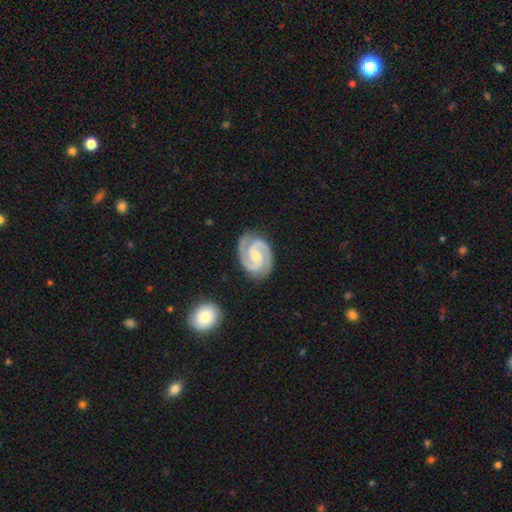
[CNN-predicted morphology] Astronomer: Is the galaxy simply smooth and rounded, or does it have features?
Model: featured or disk — 93%.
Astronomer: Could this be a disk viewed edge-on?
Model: no — 98%.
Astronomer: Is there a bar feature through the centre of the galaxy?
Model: no — 48% (runner-up: weak, 36%).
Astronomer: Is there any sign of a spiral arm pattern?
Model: yes — 99%.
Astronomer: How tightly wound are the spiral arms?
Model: tight — 59% (runner-up: medium, 37%).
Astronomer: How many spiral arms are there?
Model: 2 — 93%.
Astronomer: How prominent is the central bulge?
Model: moderate — 52% (runner-up: small, 44%).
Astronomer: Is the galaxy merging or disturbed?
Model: none — 85%.